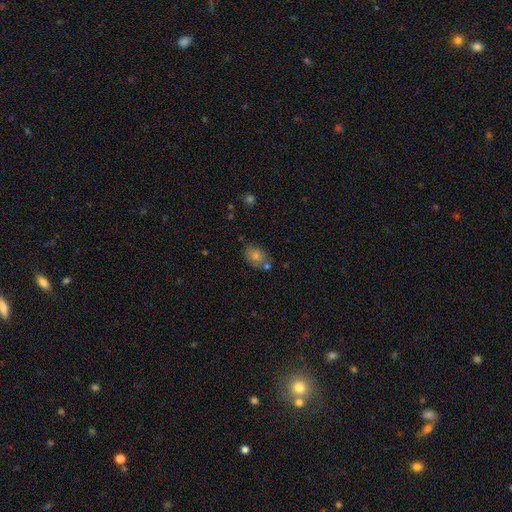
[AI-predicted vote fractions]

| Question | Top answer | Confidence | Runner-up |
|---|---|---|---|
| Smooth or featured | smooth | 70% | featured or disk (15%) |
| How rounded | in between | 69% | round (30%) |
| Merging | none | 66% | minor disturbance (16%) |